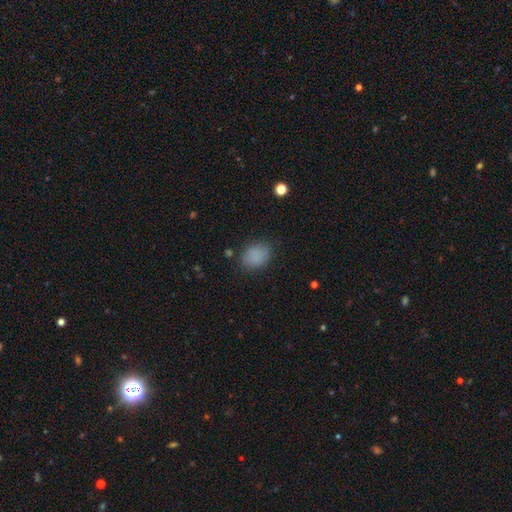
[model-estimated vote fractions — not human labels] smooth 85%, star or artifact 10%, featured or disk 5%. Down the decision tree: how rounded — in between (61%); merging — none (80%).